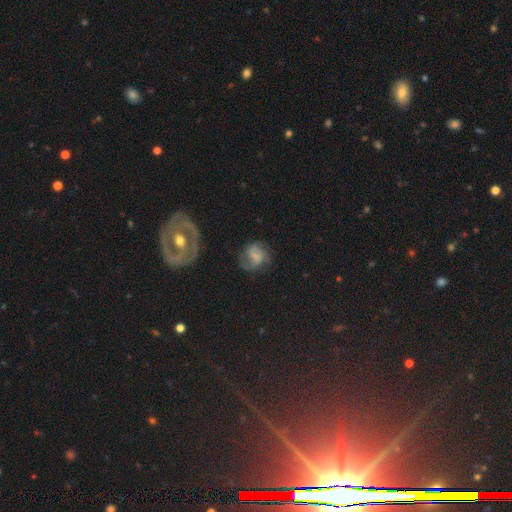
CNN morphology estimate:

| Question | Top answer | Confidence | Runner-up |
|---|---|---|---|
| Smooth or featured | featured or disk | 54% | smooth (35%) |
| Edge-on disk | no | 97% | yes (3%) |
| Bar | no | 48% | weak (40%) |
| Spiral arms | yes | 84% | no (16%) |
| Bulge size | none | 40% | small (29%) |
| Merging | none | 57% | minor disturbance (23%) |